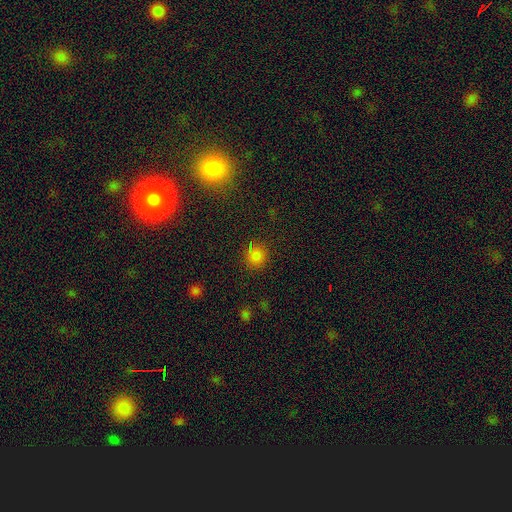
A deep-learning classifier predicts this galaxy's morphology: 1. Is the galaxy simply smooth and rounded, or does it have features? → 79% smooth, 17% star or artifact, 4% featured or disk.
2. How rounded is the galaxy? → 90% round, 9% in between, 1% cigar-shaped.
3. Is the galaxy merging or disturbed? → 85% none, 9% minor disturbance, 3% merger, 3% major disturbance.